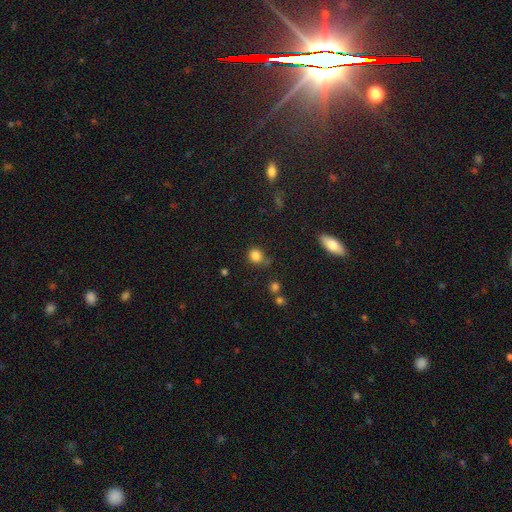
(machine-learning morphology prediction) Smooth or featured: smooth — 83% (star or artifact — 12%)
How rounded: round — 76% (in between — 23%)
Merging: none — 66% (minor disturbance — 22%)